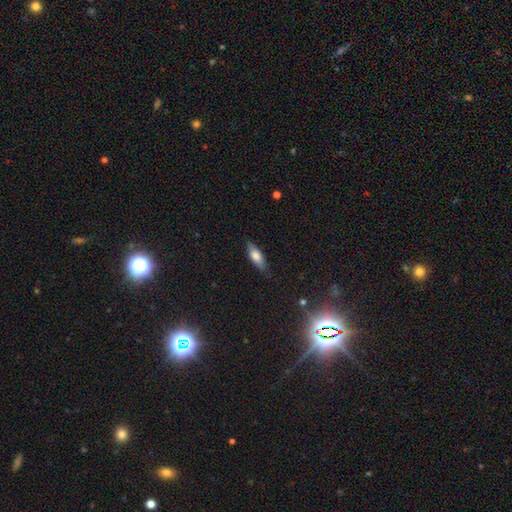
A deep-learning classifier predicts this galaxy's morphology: Q: Smooth or featured?
A: smooth (71%); runner-up: featured or disk (22%)
Q: How rounded?
A: in between (61%); runner-up: cigar-shaped (36%)
Q: Merging?
A: none (81%); runner-up: minor disturbance (15%)